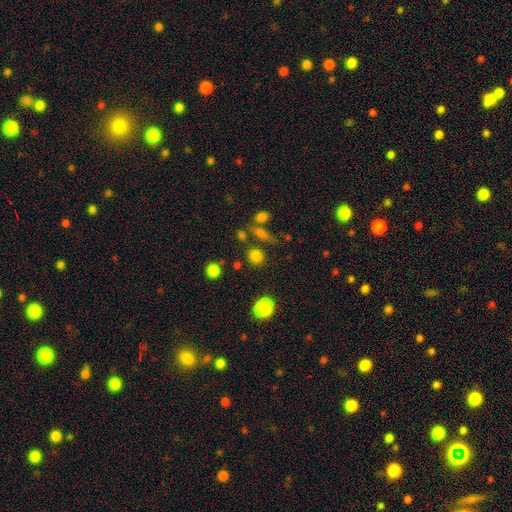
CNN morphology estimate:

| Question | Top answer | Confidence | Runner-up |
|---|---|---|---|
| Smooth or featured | smooth | 78% | star or artifact (17%) |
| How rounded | round | 84% | in between (14%) |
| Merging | none | 77% | minor disturbance (10%) |